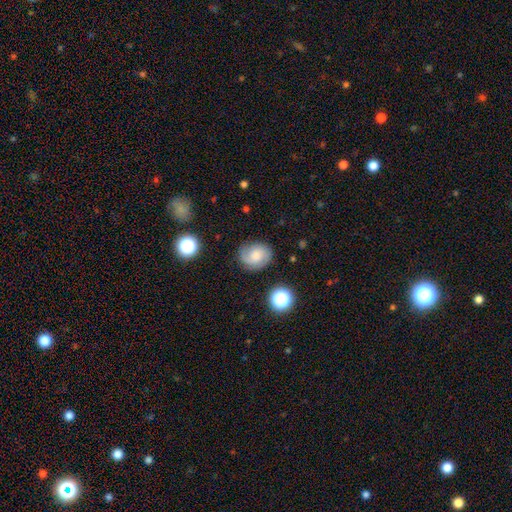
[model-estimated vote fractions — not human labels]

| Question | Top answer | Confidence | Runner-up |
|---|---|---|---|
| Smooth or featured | smooth | 48% | featured or disk (41%) |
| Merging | none | 75% | minor disturbance (17%) |